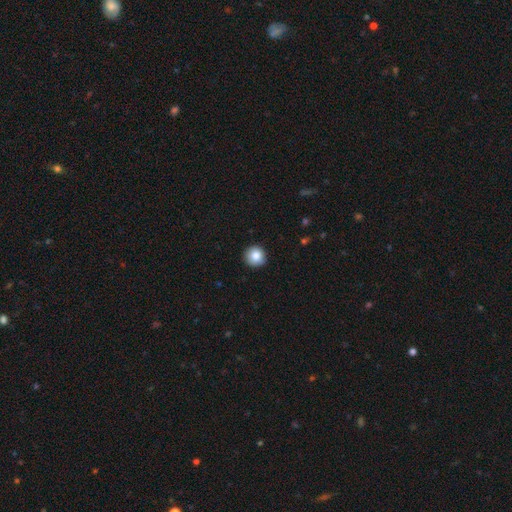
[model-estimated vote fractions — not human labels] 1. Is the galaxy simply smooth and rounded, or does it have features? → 84% smooth, 9% star or artifact, 7% featured or disk.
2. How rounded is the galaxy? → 95% round, 4% in between, 1% cigar-shaped.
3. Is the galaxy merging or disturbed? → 91% none, 7% minor disturbance, 2% major disturbance, 1% merger.